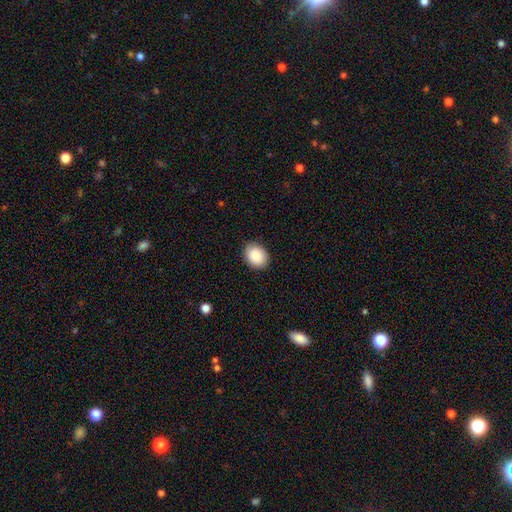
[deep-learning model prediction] Smooth or featured: smooth — 89% (star or artifact — 7%)
How rounded: in between — 63% (round — 36%)
Merging: none — 88% (minor disturbance — 9%)